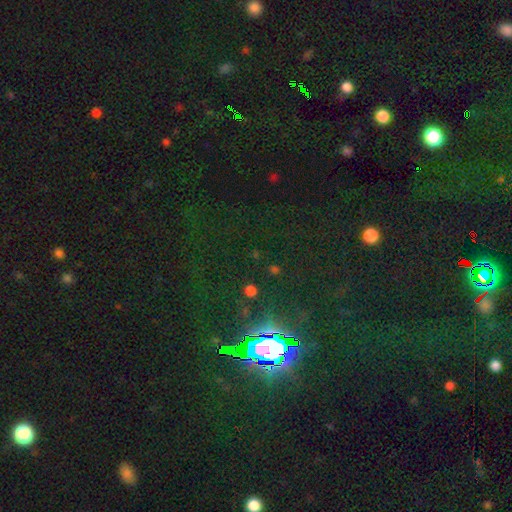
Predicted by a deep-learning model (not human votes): A star or artifact, not a galaxy (82%).